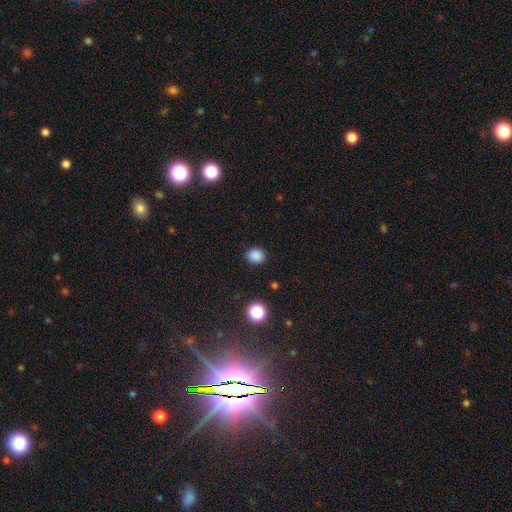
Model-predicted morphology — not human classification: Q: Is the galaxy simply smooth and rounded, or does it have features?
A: smooth — 85%.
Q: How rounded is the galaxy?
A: round — 75%.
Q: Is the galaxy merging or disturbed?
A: none — 89%.